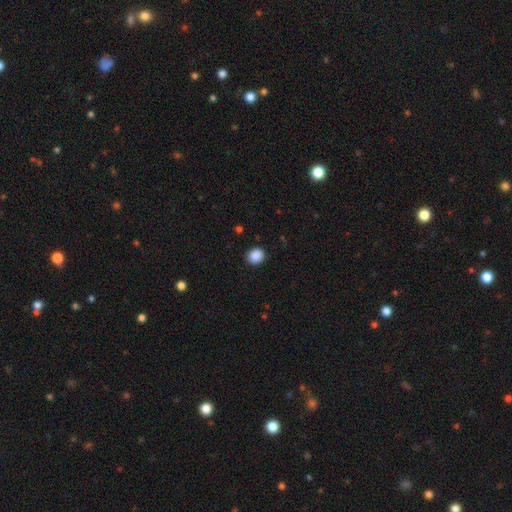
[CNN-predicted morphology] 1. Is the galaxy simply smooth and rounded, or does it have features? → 89% smooth, 8% star or artifact, 3% featured or disk.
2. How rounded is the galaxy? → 68% round, 31% in between, 1% cigar-shaped.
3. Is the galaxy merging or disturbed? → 90% none, 7% minor disturbance, 2% major disturbance, 1% merger.